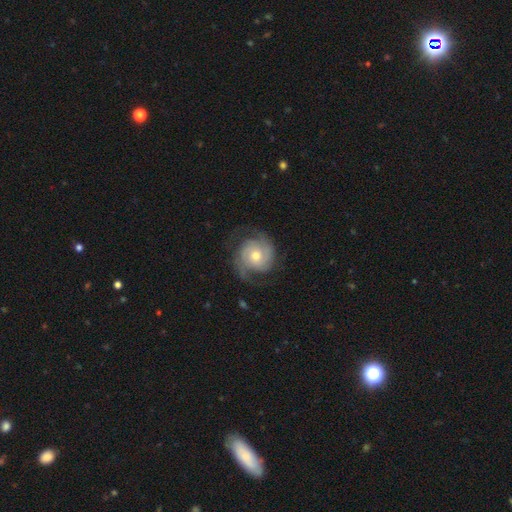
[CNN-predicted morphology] featured or disk 86%, smooth 9%, star or artifact 5%. Down the decision tree: edge-on disk — no (98%); bar — no (72%); spiral arms — yes (97%); spiral arm count — 2 (78%); spiral winding — tight (49%); bulge size — moderate (65%); merging — none (75%).